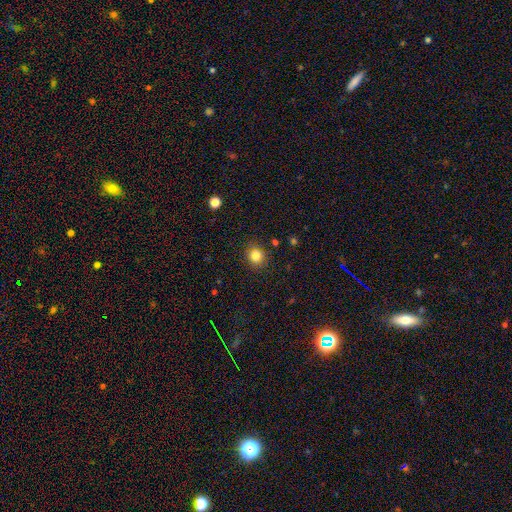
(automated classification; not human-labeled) Q: Smooth or featured?
A: smooth (83%); runner-up: star or artifact (11%)
Q: How rounded?
A: round (84%); runner-up: in between (15%)
Q: Merging?
A: none (88%); runner-up: minor disturbance (8%)